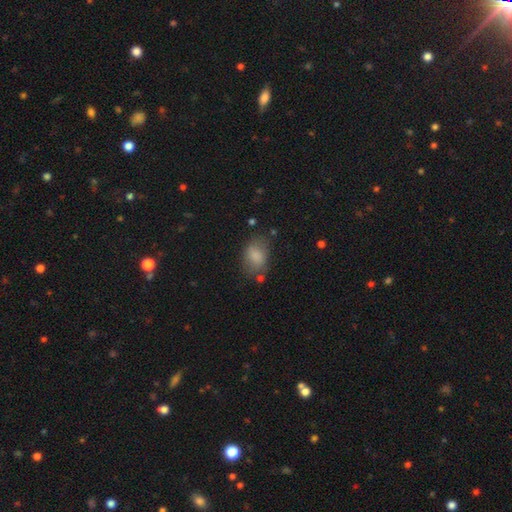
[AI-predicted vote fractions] Smooth or featured? smooth (81%)
How rounded? in between (79%)
Merging? none (62%)